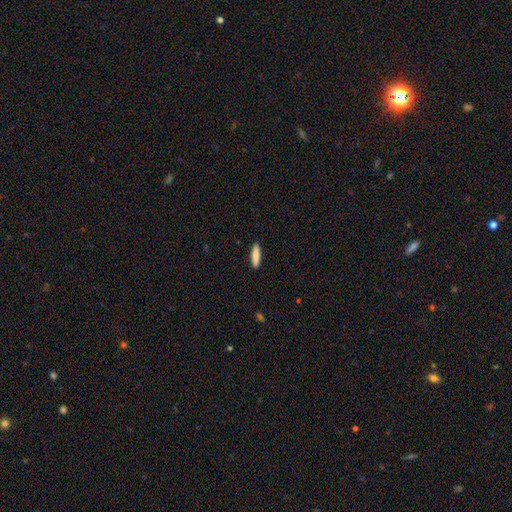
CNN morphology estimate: smooth-or-featured: smooth: 83% | featured or disk: 11% | star or artifact: 6%
  how-rounded: cigar-shaped: 72% | in between: 27% | round: 2%
  merging: none: 90% | minor disturbance: 7% | major disturbance: 2% | merger: 1%